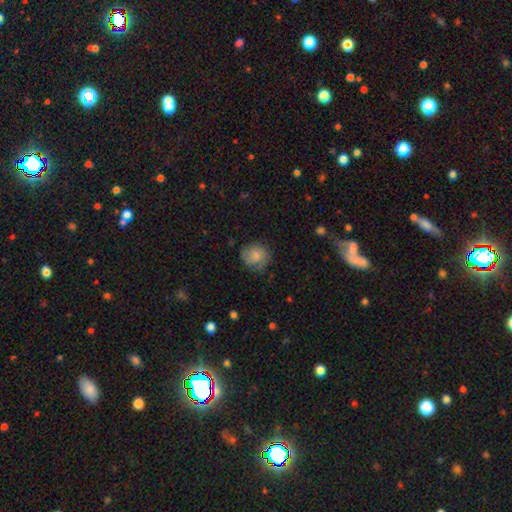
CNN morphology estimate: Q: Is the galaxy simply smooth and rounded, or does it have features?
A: smooth — 75%.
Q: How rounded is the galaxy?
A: round — 85%.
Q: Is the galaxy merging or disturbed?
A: none — 69%.